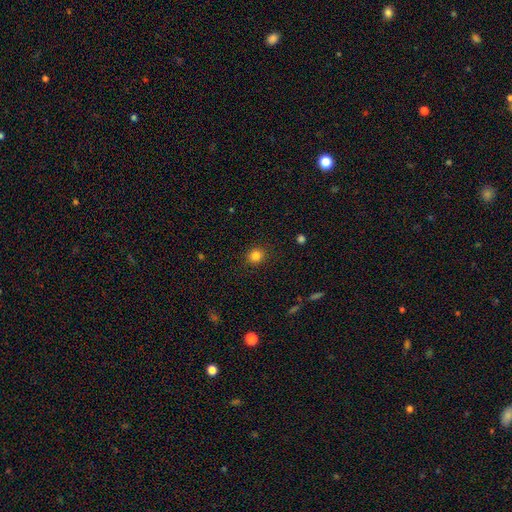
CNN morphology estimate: This appears to be a smooth galaxy with no disk features (83%) that is round (88%). Merging: none (89%).